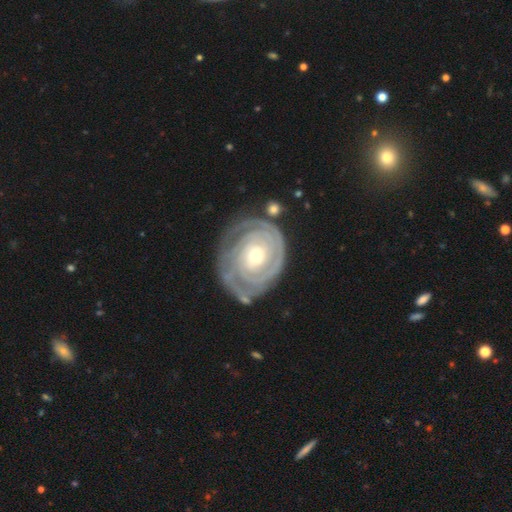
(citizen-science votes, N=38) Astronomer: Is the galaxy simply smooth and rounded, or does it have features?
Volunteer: featured or disk — 95%.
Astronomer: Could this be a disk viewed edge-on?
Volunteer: no — 94%.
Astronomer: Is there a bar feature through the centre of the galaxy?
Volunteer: no — 79%.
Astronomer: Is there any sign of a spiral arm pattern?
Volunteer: yes — 94%.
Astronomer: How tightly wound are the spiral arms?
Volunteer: tight — 97%.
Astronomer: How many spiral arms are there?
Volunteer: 2 — 38% (runner-up: can't tell, 34%).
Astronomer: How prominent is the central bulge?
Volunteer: moderate — 62% (runner-up: small, 38%).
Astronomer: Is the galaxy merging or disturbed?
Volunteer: none — 67%.